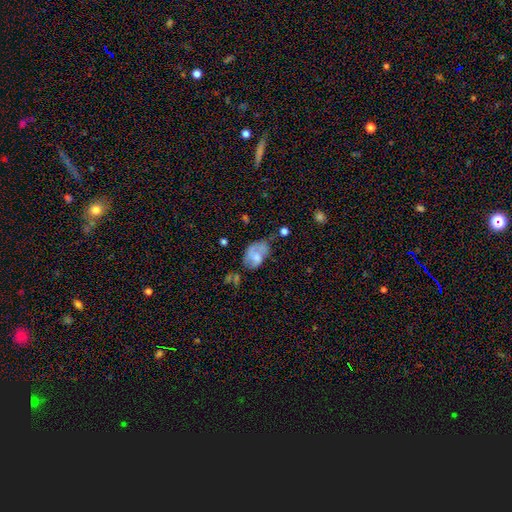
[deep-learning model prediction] A smooth galaxy with no disk features (57%) that is in between round and cigar-shaped (86%). Merging: minor disturbance (34%).